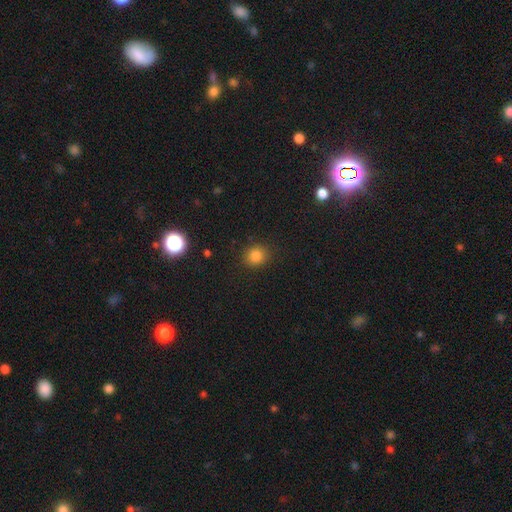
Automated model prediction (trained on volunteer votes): This appears to be a smooth galaxy with no disk features (83%) that is round (79%). Merging: none (87%).